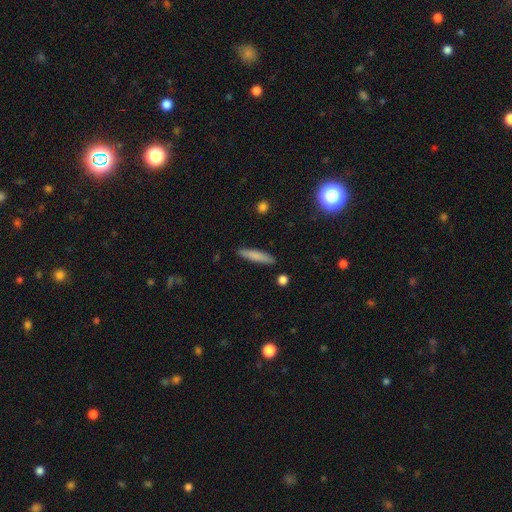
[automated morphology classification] smooth_or_featured: smooth (p=0.78) [alt: featured or disk p=0.15]
how_rounded: cigar-shaped (p=0.88) [alt: in between p=0.11]
merging: none (p=0.88) [alt: minor disturbance p=0.08]